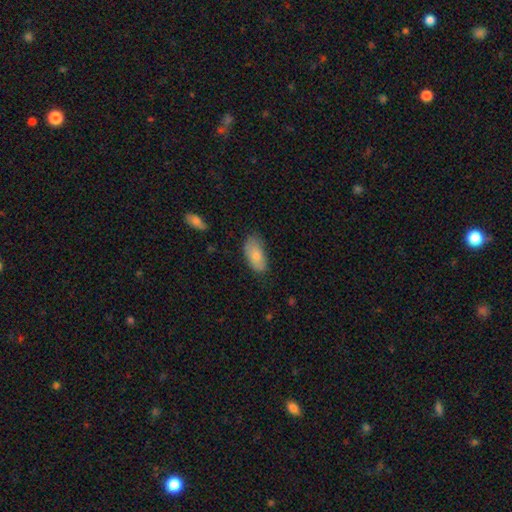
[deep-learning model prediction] smooth-or-featured: smooth: 78% | featured or disk: 15% | star or artifact: 6%
  how-rounded: in between: 92% | cigar-shaped: 5% | round: 3%
  merging: none: 68% | minor disturbance: 25% | major disturbance: 5% | merger: 2%